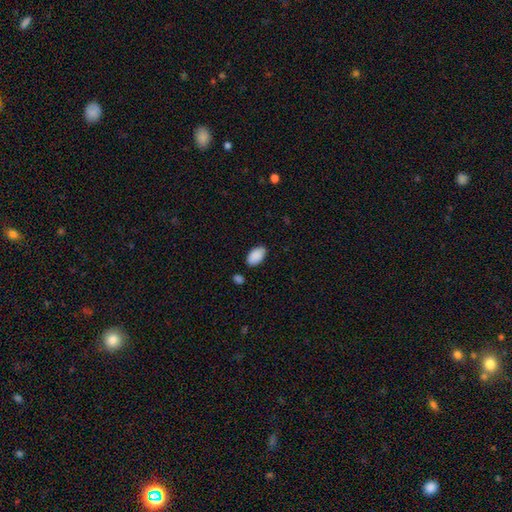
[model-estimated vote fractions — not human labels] Smooth or featured: smooth — 90% (star or artifact — 6%)
How rounded: in between — 95% (round — 4%)
Merging: none — 81% (minor disturbance — 13%)